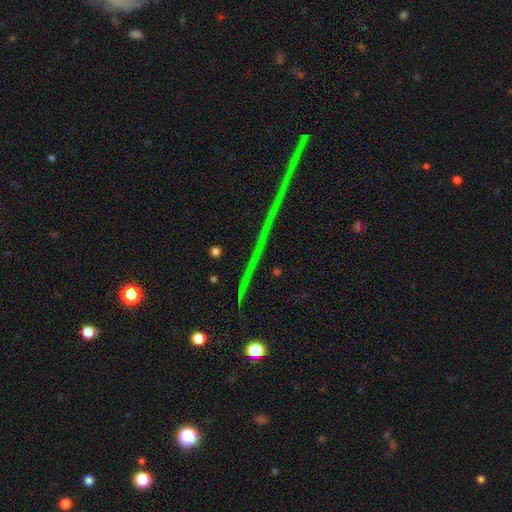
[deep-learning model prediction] The model was most divided on "smooth or featured": star or artifact: 70%, featured or disk: 20%, smooth: 10%.